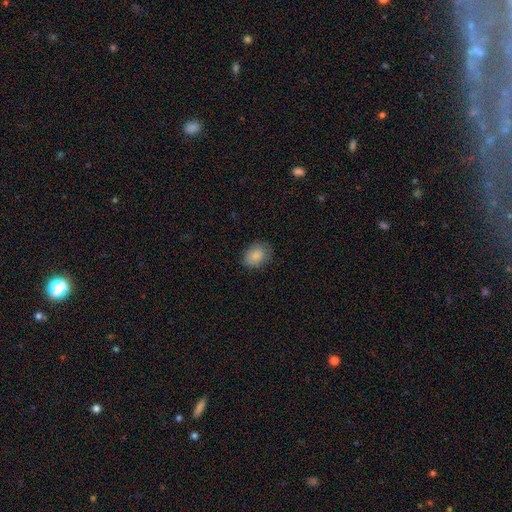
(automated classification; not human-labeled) Smooth or featured? smooth (87%)
How rounded? in between (63%)
Merging? none (78%)